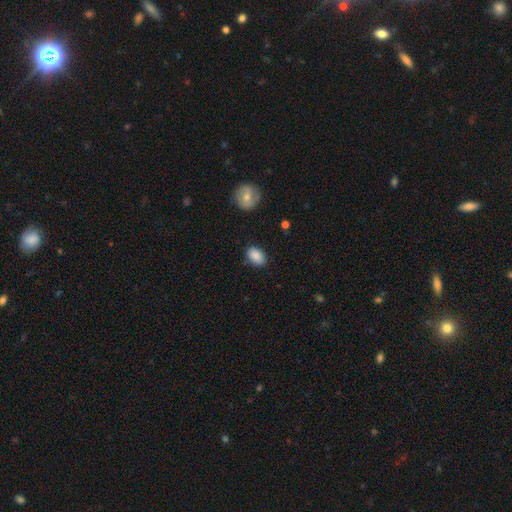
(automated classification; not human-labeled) smooth-or-featured: smooth: 87% | star or artifact: 7% | featured or disk: 6%
  how-rounded: in between: 83% | round: 16% | cigar-shaped: 1%
  merging: none: 83% | minor disturbance: 13% | major disturbance: 3% | merger: 2%